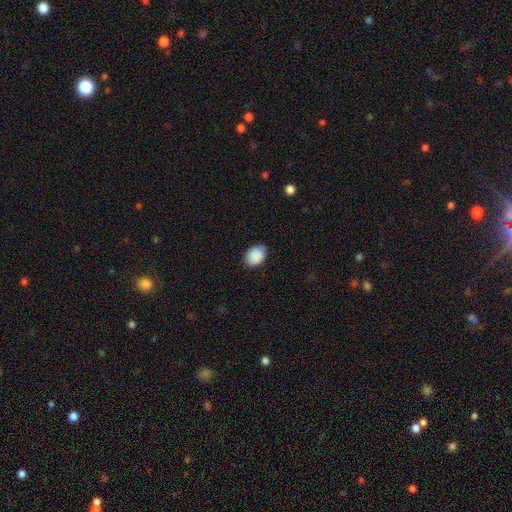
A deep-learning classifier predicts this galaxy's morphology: A smooth galaxy with no disk features (89%) that is in between round and cigar-shaped (69%). Merging: none (80%).